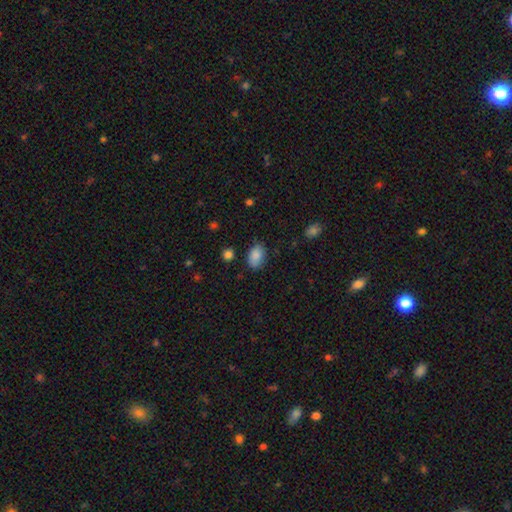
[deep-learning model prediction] Smooth or featured? smooth (87%)
How rounded? in between (86%)
Merging? none (75%)